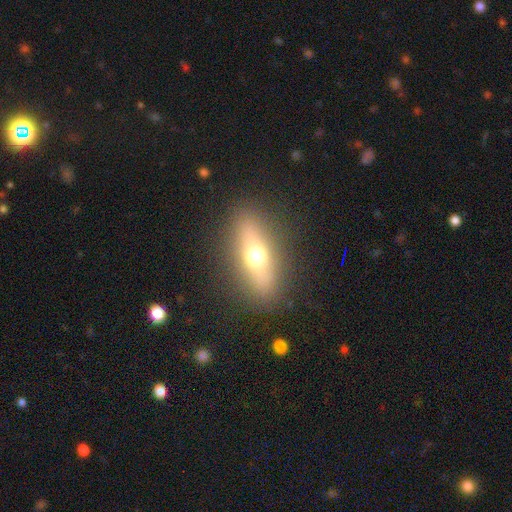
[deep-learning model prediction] Morphology: type=smooth (51%); roundness=in between (54%); merging=none (87%).